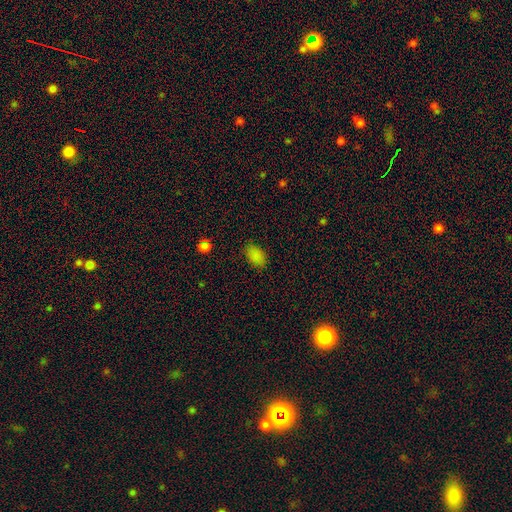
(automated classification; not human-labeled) This is clearly a smooth galaxy (84%). How rounded: clearly in between (90%). Merging: clearly none (83%).